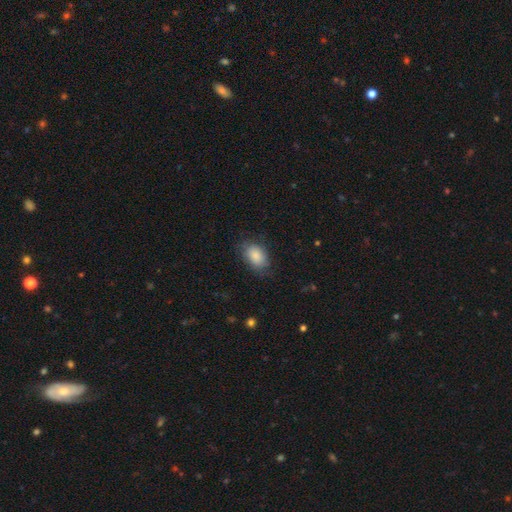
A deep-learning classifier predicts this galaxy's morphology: Smooth or featured?
  - smooth: 84% *
  - featured or disk: 10%
  - star or artifact: 7%
How rounded?
  - in between: 87% *
  - round: 12%
  - cigar-shaped: 1%
Merging?
  - none: 70% *
  - minor disturbance: 21%
  - major disturbance: 8%
  - merger: 1%